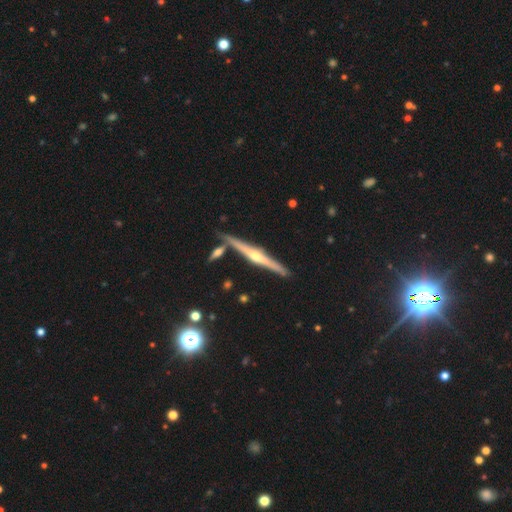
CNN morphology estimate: This is clearly a featured or disk galaxy (80%). It is clearly viewed edge-on (98%). Edge-on bulge: clearly rounded (89%). Merging: clearly none (85%).